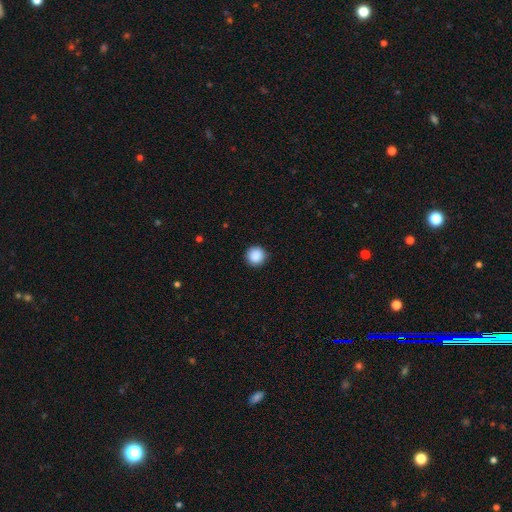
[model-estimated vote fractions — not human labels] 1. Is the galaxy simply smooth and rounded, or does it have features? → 89% smooth, 8% star or artifact, 2% featured or disk.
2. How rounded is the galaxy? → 96% round, 3% in between, 1% cigar-shaped.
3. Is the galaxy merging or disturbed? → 92% none, 5% minor disturbance, 2% major disturbance, 1% merger.